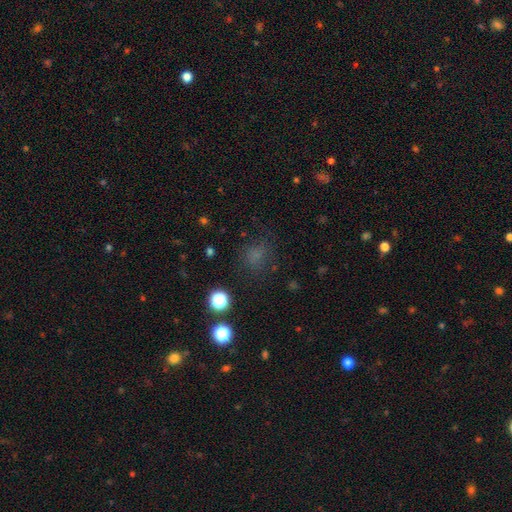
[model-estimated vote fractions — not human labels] smooth 65%, star or artifact 28%, featured or disk 8%. Down the decision tree: how rounded — round (77%); merging — none (74%).